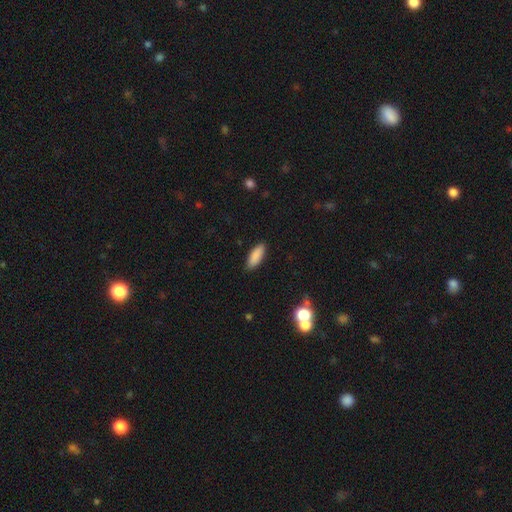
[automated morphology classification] The model was most divided on "how rounded": in between: 70%, cigar-shaped: 28%, round: 2%. More confident: smooth or featured — smooth (88%); merging — none (87%).